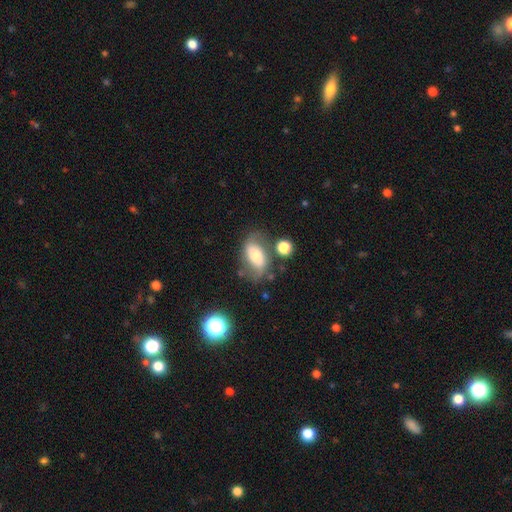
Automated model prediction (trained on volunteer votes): A featured or disk galaxy (47%). Merging: none (56%).